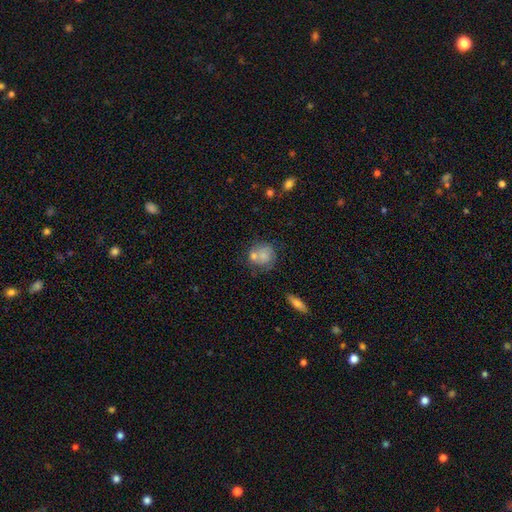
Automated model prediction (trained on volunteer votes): smooth_or_featured: smooth (p=0.56) [alt: featured or disk p=0.28]
how_rounded: round (p=0.79) [alt: in between p=0.19]
merging: none (p=0.59) [alt: merger p=0.21]